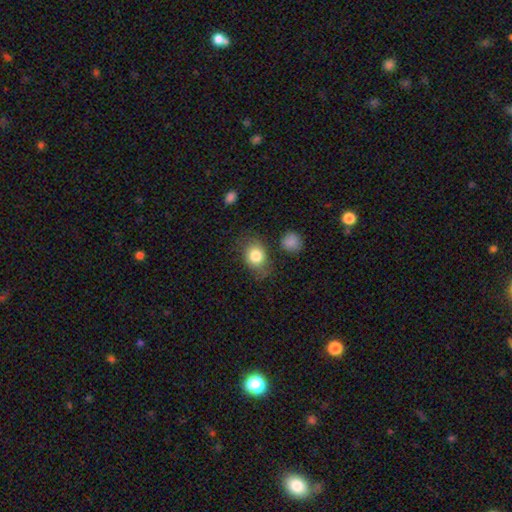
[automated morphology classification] This appears to be a smooth galaxy with no disk features (81%) that is in between round and cigar-shaped (53%). Merging: none (66%).